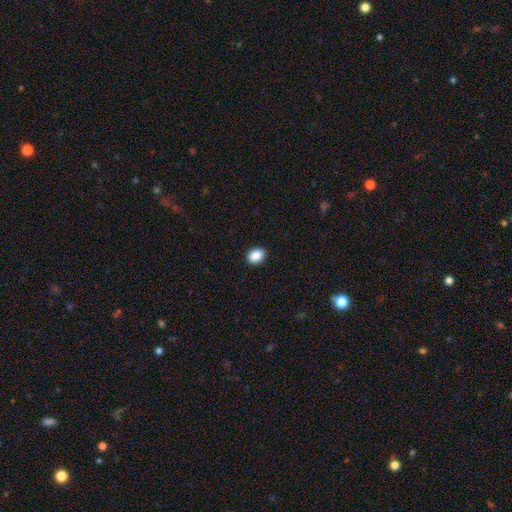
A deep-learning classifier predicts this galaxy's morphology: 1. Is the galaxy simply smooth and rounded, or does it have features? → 89% smooth, 8% star or artifact, 3% featured or disk.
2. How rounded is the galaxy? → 67% in between, 32% round, 1% cigar-shaped.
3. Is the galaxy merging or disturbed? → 91% none, 6% minor disturbance, 2% major disturbance, 1% merger.